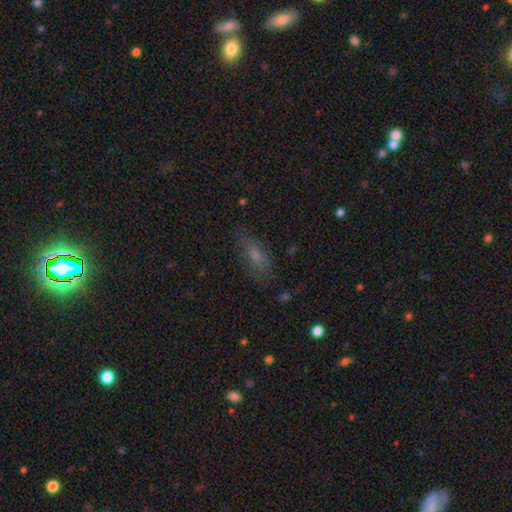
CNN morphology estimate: smooth_or_featured: smooth (p=0.59) [alt: featured or disk p=0.26]
how_rounded: in between (p=0.69) [alt: cigar-shaped p=0.26]
merging: none (p=0.68) [alt: minor disturbance p=0.21]